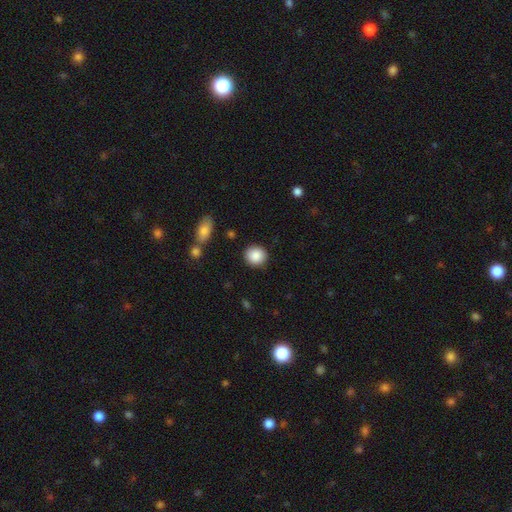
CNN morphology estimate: smooth-or-featured: smooth: 88% | star or artifact: 8% | featured or disk: 4%
  how-rounded: round: 86% | in between: 12% | cigar-shaped: 1%
  merging: none: 89% | minor disturbance: 7% | major disturbance: 2% | merger: 2%